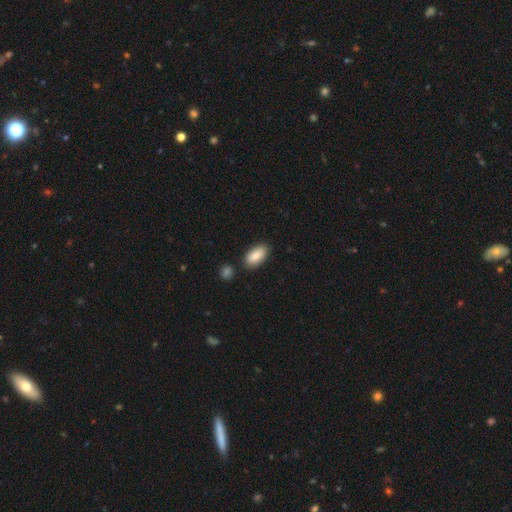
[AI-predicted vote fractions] smooth-or-featured: smooth: 87% | featured or disk: 7% | star or artifact: 6%
  how-rounded: in between: 91% | cigar-shaped: 6% | round: 3%
  merging: none: 82% | minor disturbance: 11% | merger: 5% | major disturbance: 2%